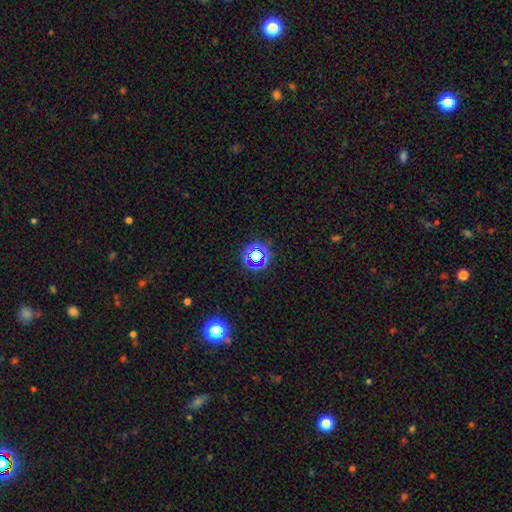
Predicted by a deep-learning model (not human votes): This is possibly a star or artifact rather than a galaxy (58%).